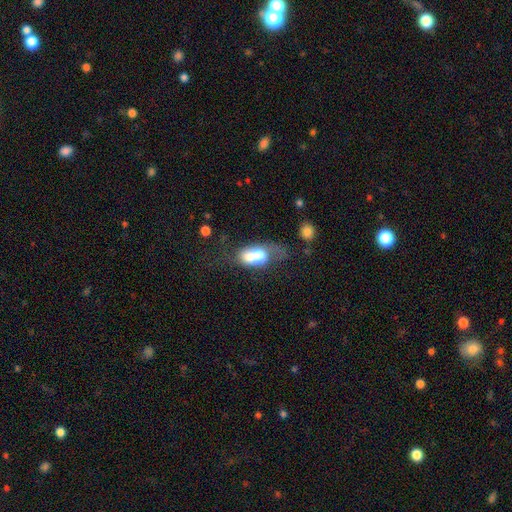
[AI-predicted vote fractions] smooth 61%, featured or disk 30%, star or artifact 9%. Down the decision tree: how rounded — in between (74%); merging — merger (63%).